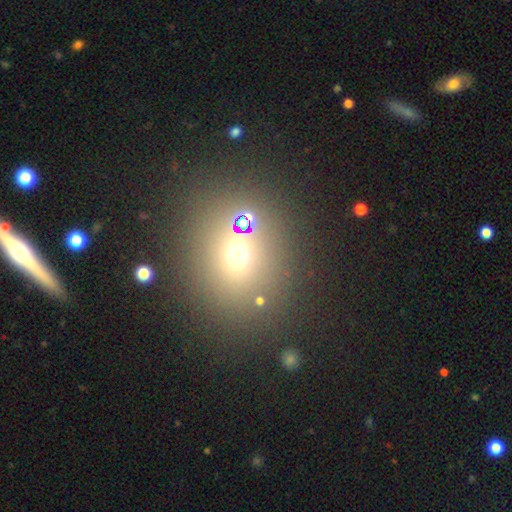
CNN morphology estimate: Smooth or featured? Predicted: smooth (p=0.53). How rounded? Predicted: round (p=0.67). Merging? Predicted: none (p=0.72).